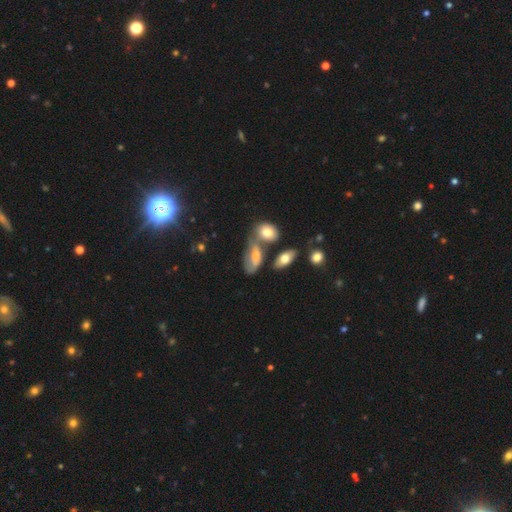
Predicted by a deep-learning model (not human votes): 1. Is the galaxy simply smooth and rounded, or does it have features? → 45% featured or disk, 38% smooth, 17% star or artifact.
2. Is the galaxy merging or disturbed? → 49% none, 27% merger, 17% minor disturbance, 8% major disturbance.